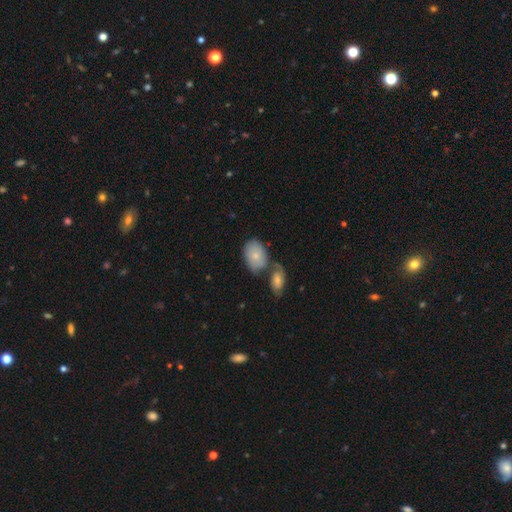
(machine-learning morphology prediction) Smooth or featured? Predicted: smooth (p=0.71). How rounded? Predicted: in between (p=0.83). Merging? Predicted: merger (p=0.40).